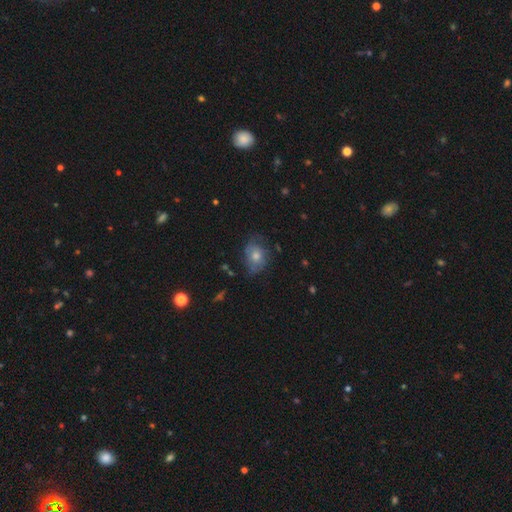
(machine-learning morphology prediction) Smooth or featured?
  - smooth: 45% *
  - featured or disk: 40%
  - star or artifact: 15%
Merging?
  - none: 64% *
  - minor disturbance: 24%
  - major disturbance: 10%
  - merger: 2%